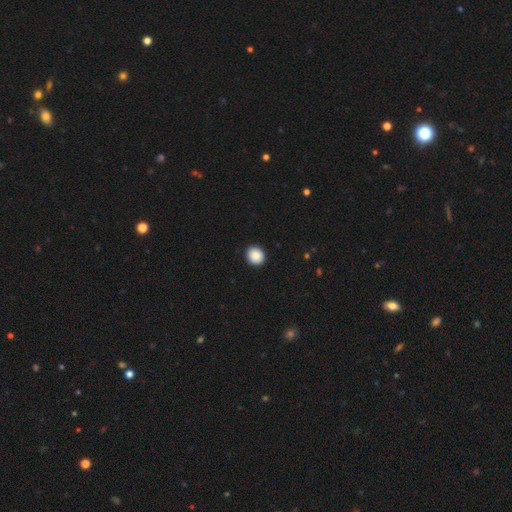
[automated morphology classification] smooth-or-featured: smooth: 88% | star or artifact: 8% | featured or disk: 4%
  how-rounded: round: 89% | in between: 10% | cigar-shaped: 1%
  merging: none: 93% | minor disturbance: 4% | major disturbance: 1% | merger: 1%